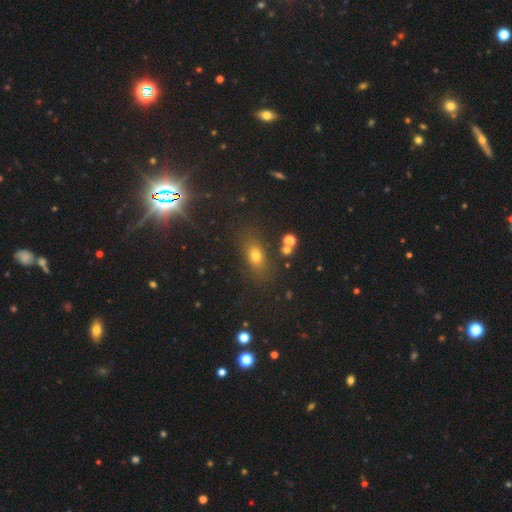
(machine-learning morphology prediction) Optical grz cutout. It shows a smooth galaxy with no disk features (59%) that is in between round and cigar-shaped (69%). Merging: none (80%).